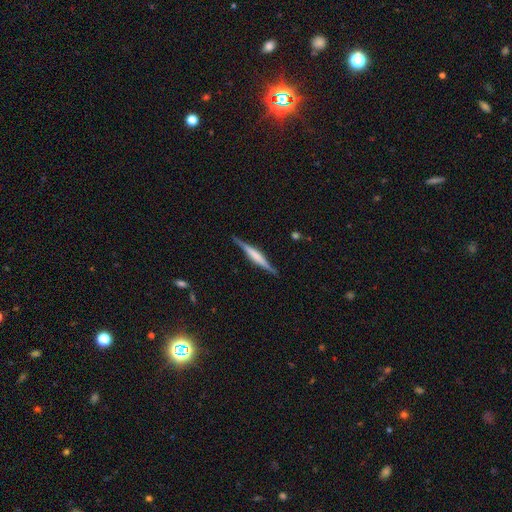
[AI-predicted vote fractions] A featured or disk galaxy (66%) viewed edge-on (97%) with a boxy central bulge (44%).

Vote fractions:
- Smooth or featured? featured or disk: 66% / smooth: 29% / star or artifact: 5%
- Edge-on disk? yes: 97% / no: 3%
- Edge-on bulge? boxy: 44% / rounded: 33% / none: 24%
- Merging? none: 87% / minor disturbance: 9% / major disturbance: 2% / merger: 1%